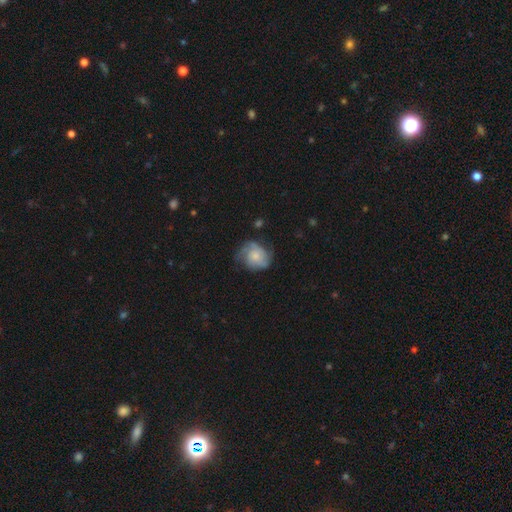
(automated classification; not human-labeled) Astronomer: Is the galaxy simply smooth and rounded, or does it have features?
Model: featured or disk — 56% (runner-up: smooth, 36%).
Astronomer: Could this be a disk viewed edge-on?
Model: no — 98%.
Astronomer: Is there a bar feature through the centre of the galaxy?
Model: no — 77%.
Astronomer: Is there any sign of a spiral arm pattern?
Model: yes — 84%.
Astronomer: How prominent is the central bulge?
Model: small — 44% (runner-up: moderate, 35%).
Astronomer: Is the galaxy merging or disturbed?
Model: none — 55%.